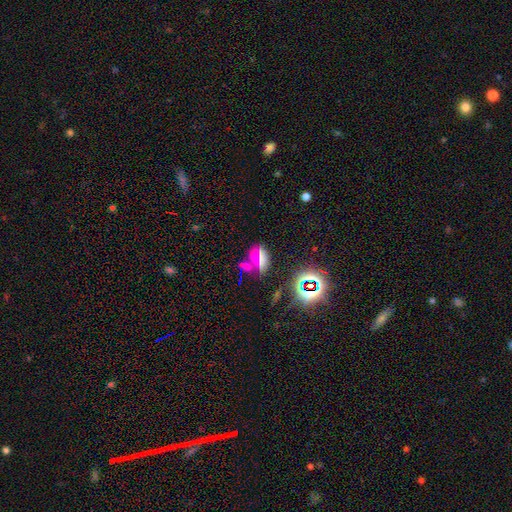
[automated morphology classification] This appears to be a star or artifact, not a galaxy (44%).